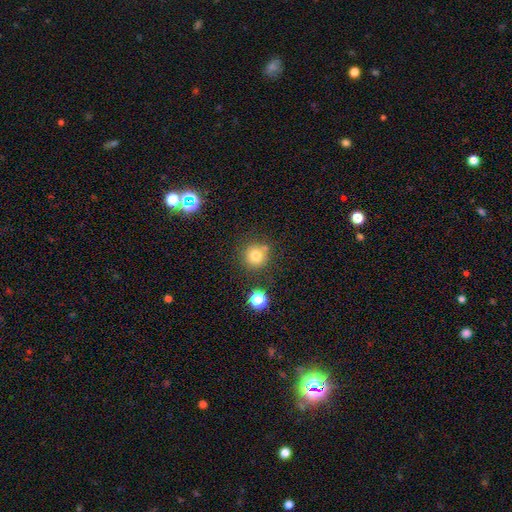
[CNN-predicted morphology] smooth_or_featured: smooth (p=0.76) [alt: star or artifact p=0.15]
how_rounded: round (p=0.93) [alt: in between p=0.06]
merging: none (p=0.75) [alt: minor disturbance p=0.12]